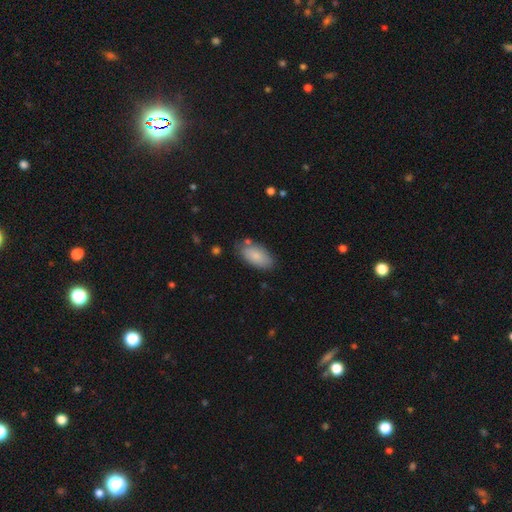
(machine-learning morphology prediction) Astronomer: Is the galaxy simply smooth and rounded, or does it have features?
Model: smooth — 83%.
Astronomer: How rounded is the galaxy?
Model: in between — 93%.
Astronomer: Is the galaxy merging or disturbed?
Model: none — 75%.